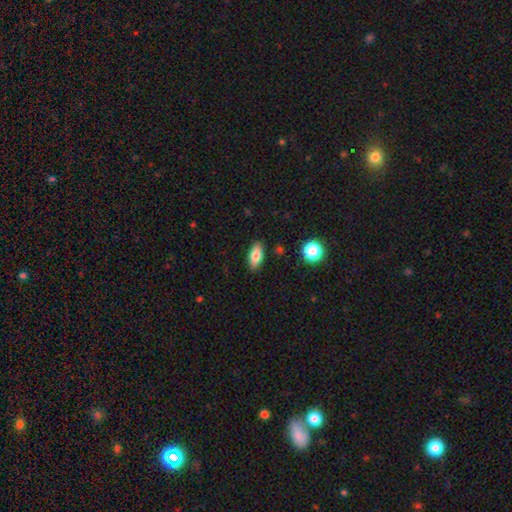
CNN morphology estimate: The model was most divided on "smooth or featured": smooth: 78%, featured or disk: 15%, star or artifact: 8%. More confident: merging — none (86%); how rounded — in between (82%).